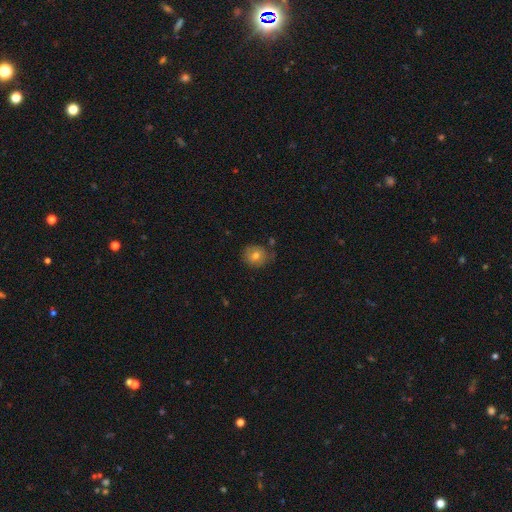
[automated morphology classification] A smooth galaxy with no disk features (64%) that is round (73%). Merging: none (65%).